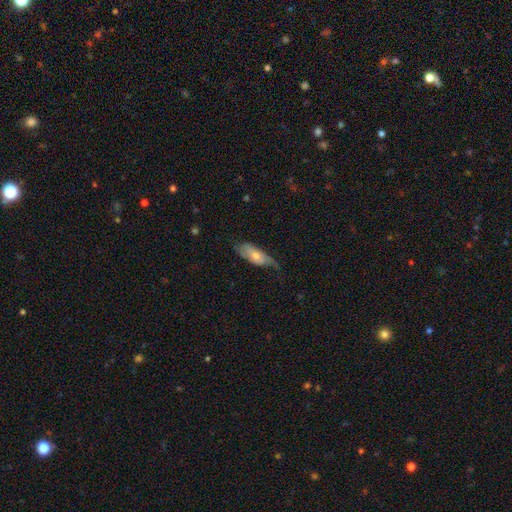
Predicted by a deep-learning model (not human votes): A featured or disk galaxy (51%).

Vote fractions:
- Smooth or featured? featured or disk: 51% / smooth: 43% / star or artifact: 7%
- Edge-on disk? no: 77% / yes: 23%
- Merging? none: 52% / minor disturbance: 31% / major disturbance: 15% / merger: 2%